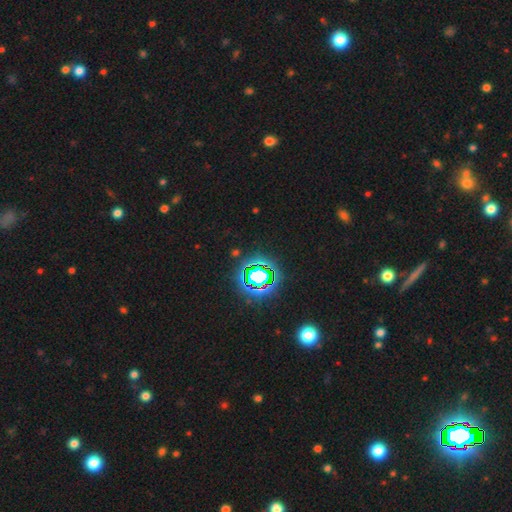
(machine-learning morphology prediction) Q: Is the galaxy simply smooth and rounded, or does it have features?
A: star or artifact — 80%.